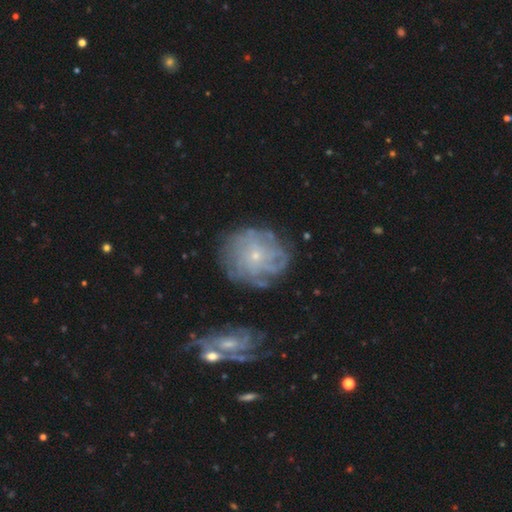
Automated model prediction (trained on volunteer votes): The model was most divided on "smooth or featured": featured or disk: 67%, smooth: 23%, star or artifact: 10%. More confident: edge-on disk — no (96%); bar — no (84%); bulge size — small (83%); spiral arms — yes (77%); merging — none (69%).